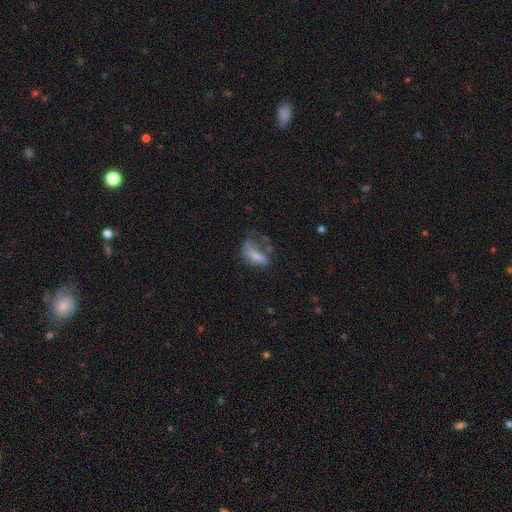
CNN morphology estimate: Smooth or featured: smooth — 55% (featured or disk — 33%)
How rounded: in between — 76% (cigar-shaped — 19%)
Merging: major disturbance — 41% (none — 27%)